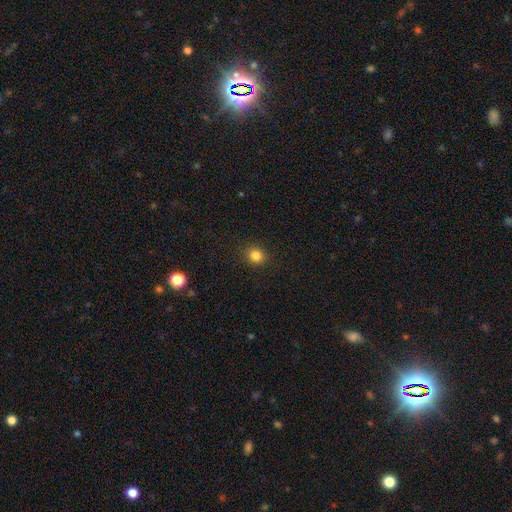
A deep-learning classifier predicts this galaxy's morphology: The model was most divided on "how rounded": round: 84%, in between: 15%, cigar-shaped: 1%. More confident: merging — none (89%); smooth or featured — smooth (83%).